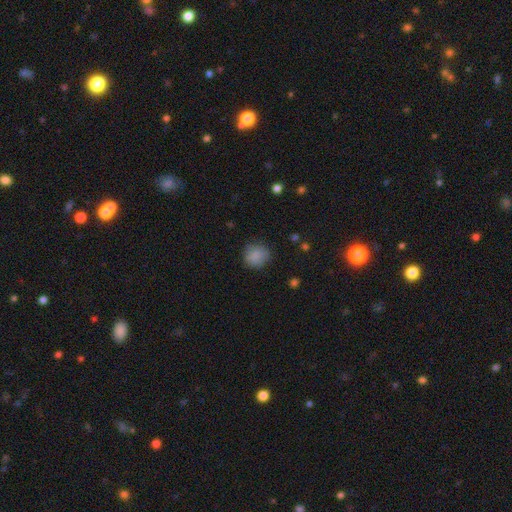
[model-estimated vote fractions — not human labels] This is clearly a smooth galaxy (83%). How rounded: clearly round (83%). Merging: likely none (78%).